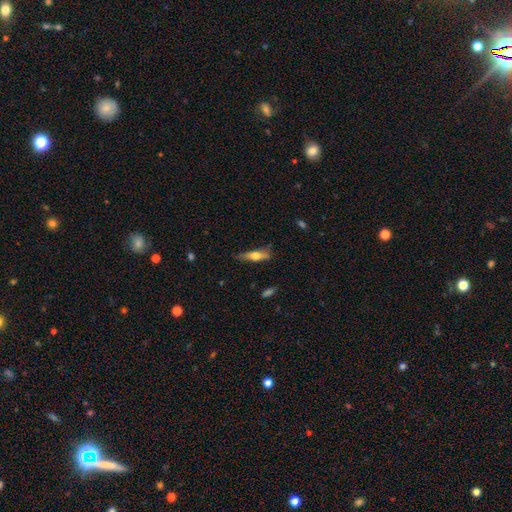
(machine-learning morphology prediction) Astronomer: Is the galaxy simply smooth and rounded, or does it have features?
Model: smooth — 50% (runner-up: featured or disk, 43%).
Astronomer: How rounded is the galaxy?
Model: cigar-shaped — 69%.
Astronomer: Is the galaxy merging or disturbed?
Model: none — 67%.